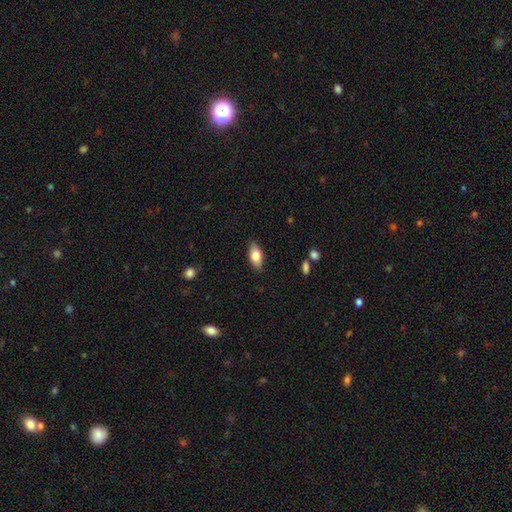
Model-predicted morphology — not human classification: This is likely a smooth galaxy (77%). How rounded: clearly in between (86%). Merging: clearly none (86%).